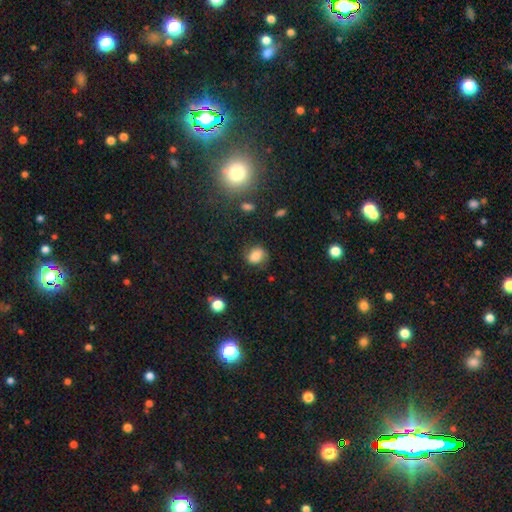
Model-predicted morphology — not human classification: Overall: smooth (74%). How rounded: round (51%; in between 48%). Merging: none (71%).